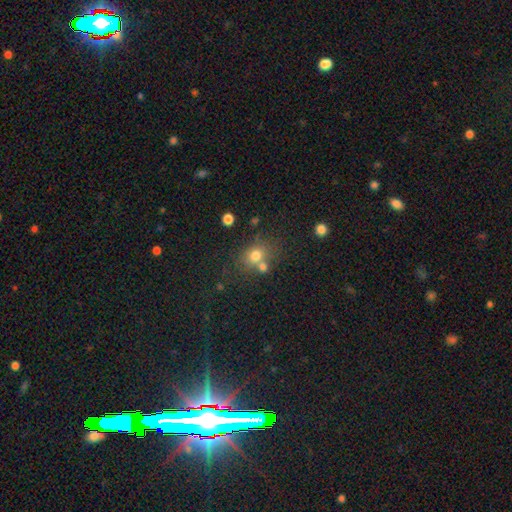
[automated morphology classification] The model was most divided on "how rounded": round: 60%, in between: 38%, cigar-shaped: 1%. More confident: smooth or featured — smooth (73%); merging — none (56%).